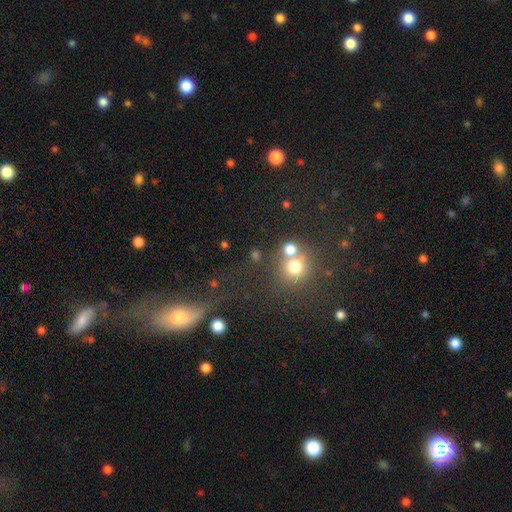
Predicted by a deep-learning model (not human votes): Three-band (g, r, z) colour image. It shows a smooth galaxy with no disk features (66%) that is round (80%). Merging: none (58%).